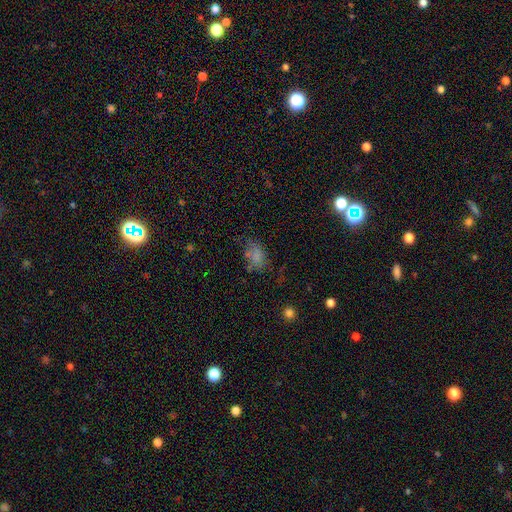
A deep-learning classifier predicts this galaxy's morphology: smooth-or-featured: smooth: 70% | star or artifact: 16% | featured or disk: 14%
  how-rounded: in between: 86% | round: 12% | cigar-shaped: 2%
  merging: none: 51% | minor disturbance: 25% | major disturbance: 16% | merger: 8%